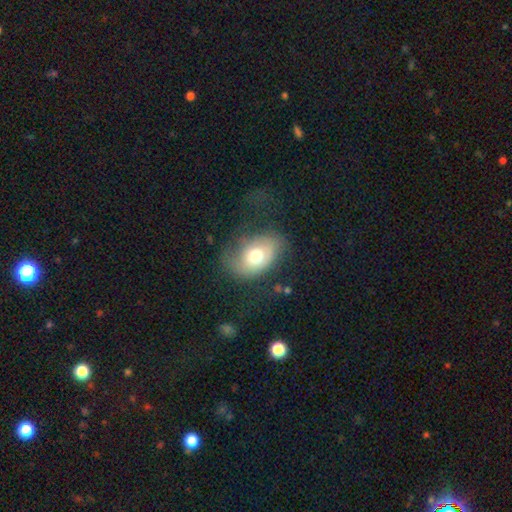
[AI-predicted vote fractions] A smooth galaxy with no disk features (61%) that is in between round and cigar-shaped (77%). Merging: none (46%).